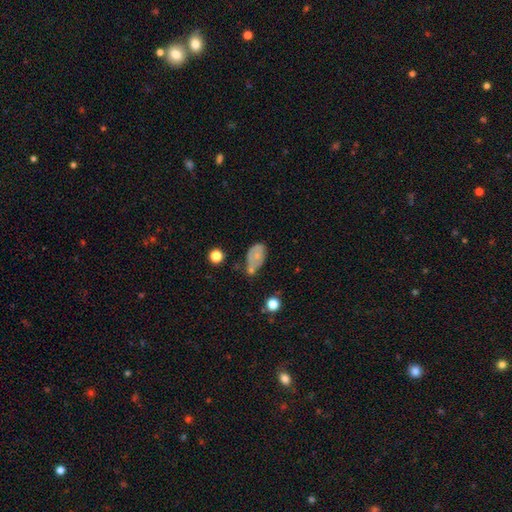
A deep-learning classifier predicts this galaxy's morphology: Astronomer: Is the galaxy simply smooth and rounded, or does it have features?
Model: smooth — 57% (runner-up: featured or disk, 33%).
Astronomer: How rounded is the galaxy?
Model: in between — 86%.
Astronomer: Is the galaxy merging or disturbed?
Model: minor disturbance — 30% (runner-up: none, 29%).